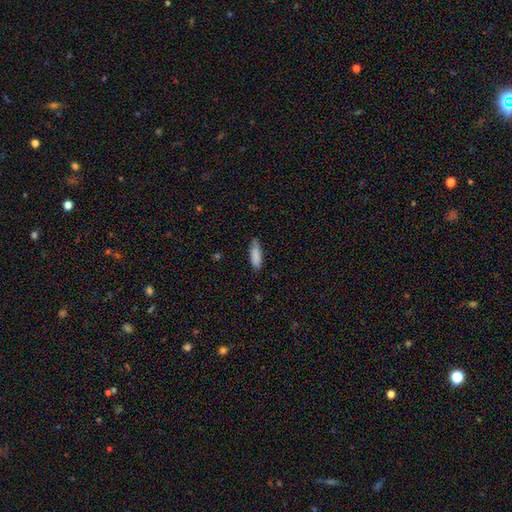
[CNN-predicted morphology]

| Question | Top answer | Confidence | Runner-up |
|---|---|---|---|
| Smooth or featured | smooth | 87% | featured or disk (7%) |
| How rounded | in between | 60% | cigar-shaped (39%) |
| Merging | none | 78% | minor disturbance (18%) |